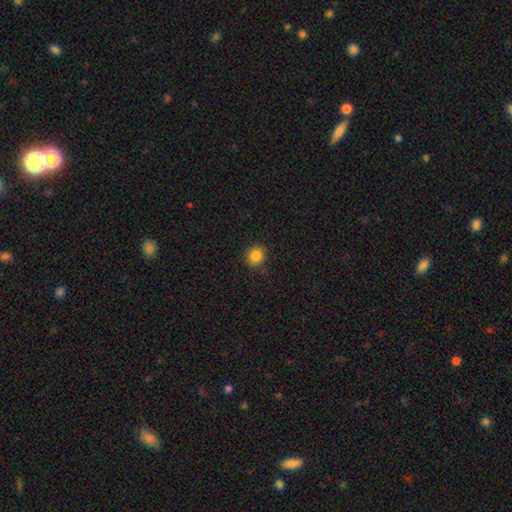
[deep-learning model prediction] This is clearly a smooth galaxy (85%). How rounded: clearly round (85%). Merging: clearly none (86%).